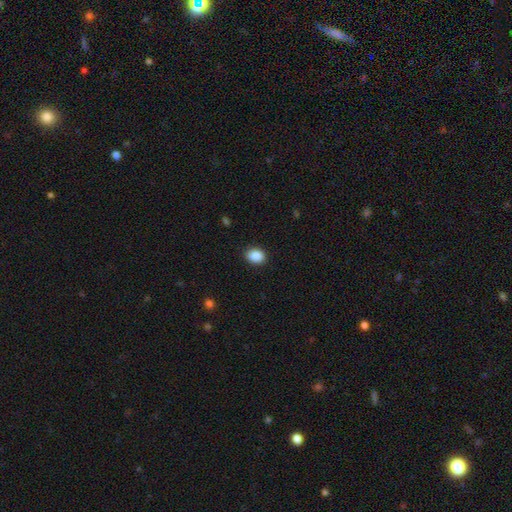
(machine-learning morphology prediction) type=smooth (88%); roundness=in between (62%); merging=none (89%).